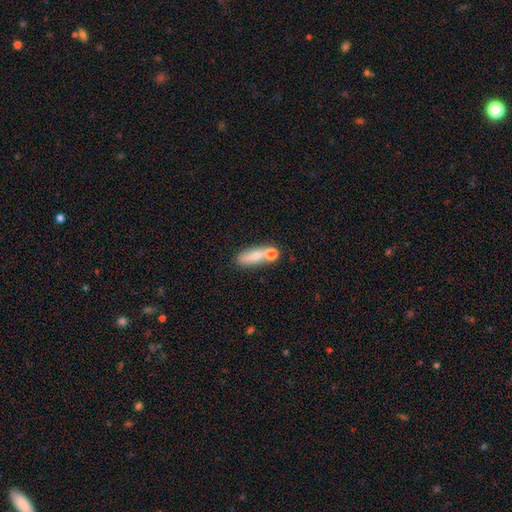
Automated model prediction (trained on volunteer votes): Overall: smooth (70%). How rounded: in between (52%; cigar-shaped 40%). Merging: none (49%; merger 30%).